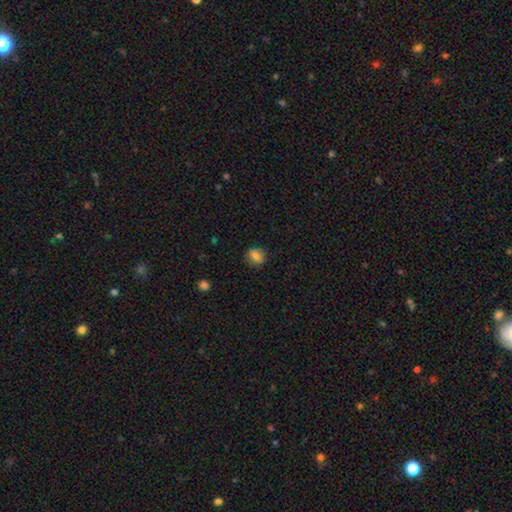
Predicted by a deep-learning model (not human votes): smooth-or-featured: smooth: 79% | featured or disk: 11% | star or artifact: 10%
  how-rounded: round: 69% | in between: 29% | cigar-shaped: 1%
  merging: none: 82% | minor disturbance: 13% | major disturbance: 3% | merger: 1%